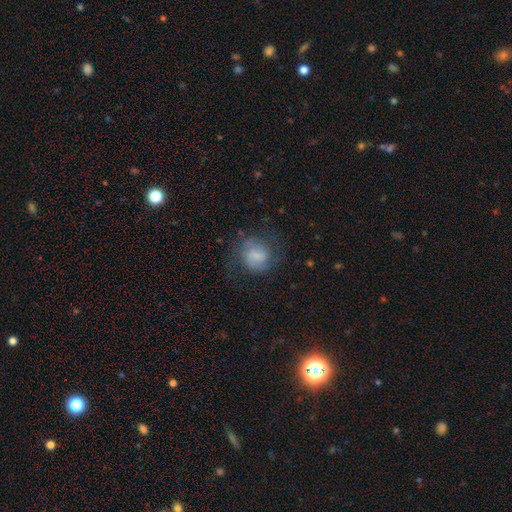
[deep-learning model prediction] A featured or disk galaxy (48%). Merging: none (58%).